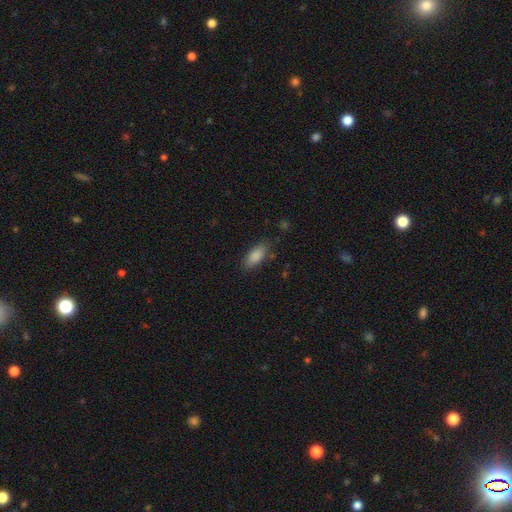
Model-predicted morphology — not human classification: type=smooth (87%); roundness=in between (81%); merging=none (78%).